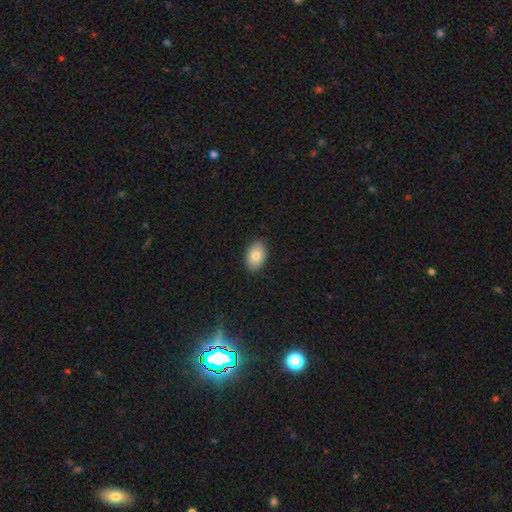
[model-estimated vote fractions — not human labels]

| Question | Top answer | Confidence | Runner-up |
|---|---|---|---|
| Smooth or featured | smooth | 83% | featured or disk (9%) |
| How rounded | in between | 87% | round (12%) |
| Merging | none | 88% | minor disturbance (9%) |